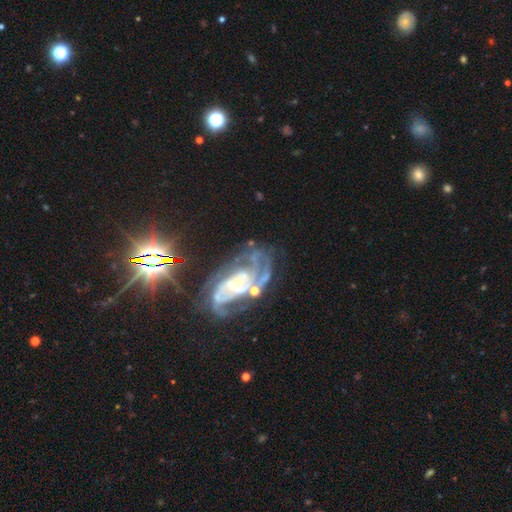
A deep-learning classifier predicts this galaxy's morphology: featured or disk 84%, star or artifact 10%, smooth 6%. Down the decision tree: edge-on disk — no (96%); bar — no (64%); spiral arms — yes (95%); spiral arm count — 2 (34%); spiral winding — tight (45%); bulge size — small (69%); merging — none (48%).